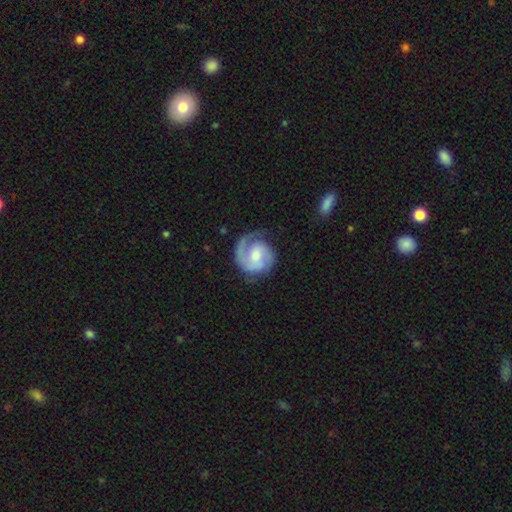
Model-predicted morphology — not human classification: Q: Smooth or featured?
A: featured or disk (83%); runner-up: smooth (12%)
Q: Edge-on disk?
A: no (98%); runner-up: yes (2%)
Q: Bar?
A: no (50%); runner-up: weak (40%)
Q: Spiral arms?
A: yes (96%); runner-up: no (4%)
Q: Spiral winding?
A: tight (49%); runner-up: medium (39%)
Q: Spiral arm count?
A: 2 (54%); runner-up: 1 (33%)
Q: Bulge size?
A: moderate (56%); runner-up: small (37%)
Q: Merging?
A: none (70%); runner-up: minor disturbance (18%)